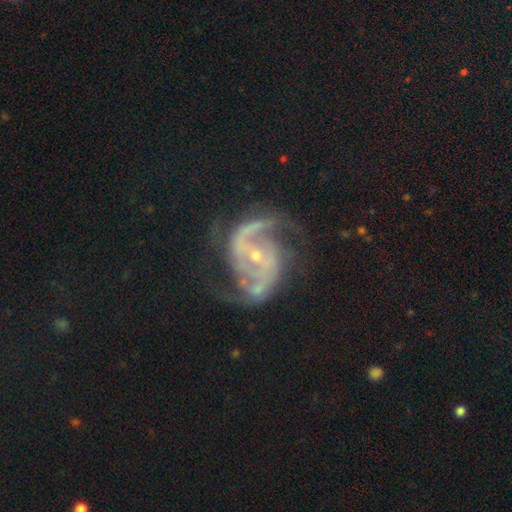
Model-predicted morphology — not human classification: Smooth or featured? Predicted: featured or disk (p=0.90). Edge-on disk? Predicted: no (p=0.98). Bar? Predicted: no (p=0.40). Spiral arms? Predicted: yes (p=0.97). Spiral winding? Predicted: medium (p=0.53). Spiral arm count? Predicted: 2 (p=0.86). Bulge size? Predicted: small (p=0.73). Merging? Predicted: none (p=0.66).